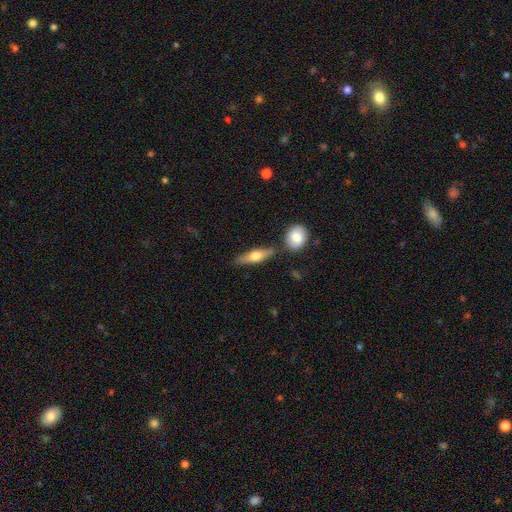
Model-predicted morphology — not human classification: Smooth or featured? smooth (52%)
How rounded? cigar-shaped (54%)
Merging? none (75%)